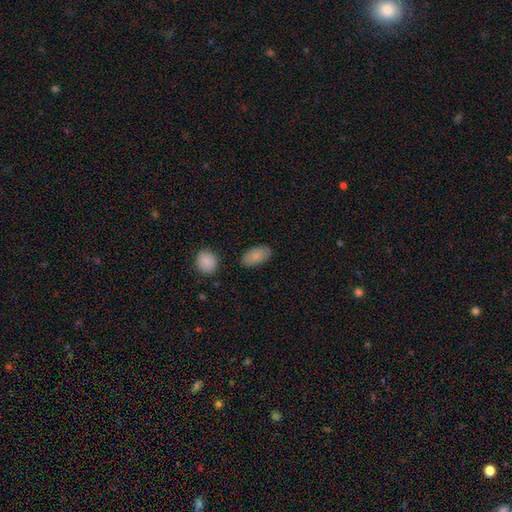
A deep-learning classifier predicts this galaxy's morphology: A smooth galaxy with no disk features (85%) that is in between round and cigar-shaped (94%). Merging: none (81%).